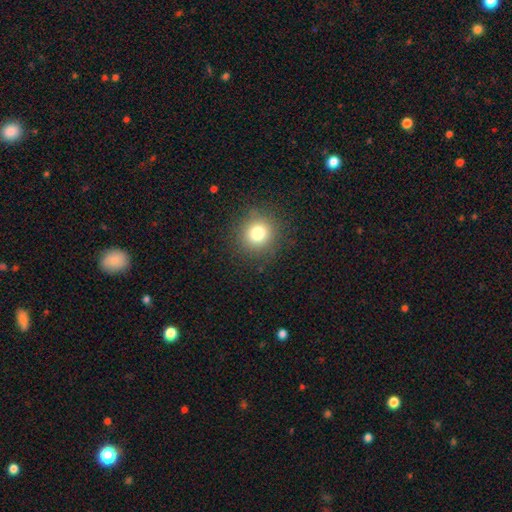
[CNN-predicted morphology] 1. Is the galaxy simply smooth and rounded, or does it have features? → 72% smooth, 21% star or artifact, 7% featured or disk.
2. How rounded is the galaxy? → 94% round, 5% in between, 1% cigar-shaped.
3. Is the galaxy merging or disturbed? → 92% none, 5% minor disturbance, 2% major disturbance, 1% merger.